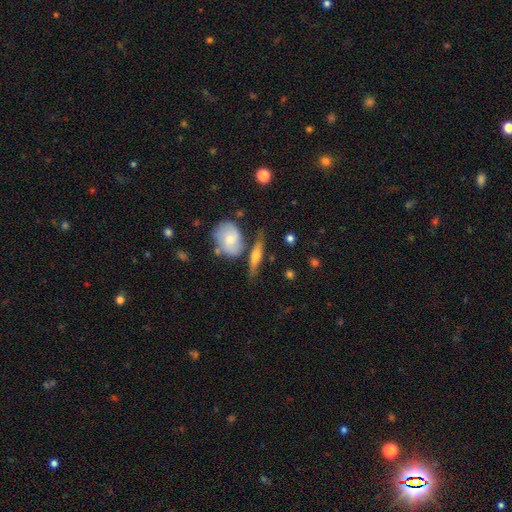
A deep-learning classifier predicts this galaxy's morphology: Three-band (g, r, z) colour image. It shows a smooth galaxy with no disk features (48%). Merging: none (57%).